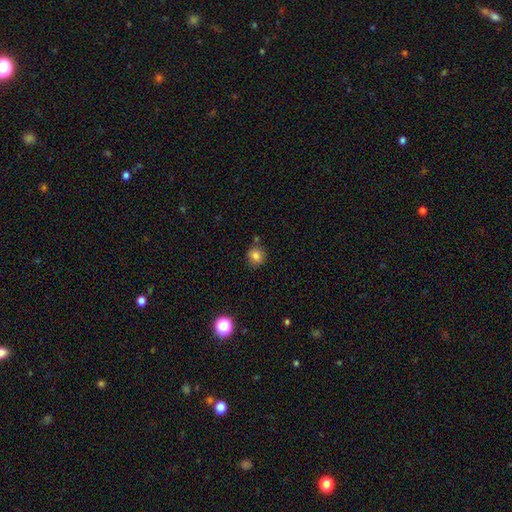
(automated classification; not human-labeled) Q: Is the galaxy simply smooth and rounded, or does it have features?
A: smooth — 82%.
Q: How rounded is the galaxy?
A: round — 82%.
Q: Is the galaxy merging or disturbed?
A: none — 77%.